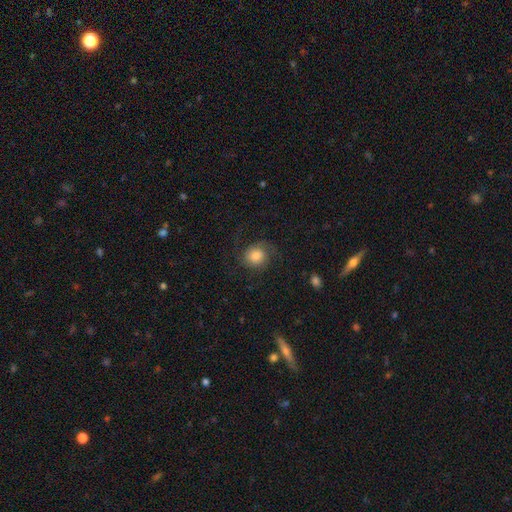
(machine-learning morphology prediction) Smooth or featured: smooth — 46% (featured or disk — 45%)
Merging: none — 70% (minor disturbance — 15%)